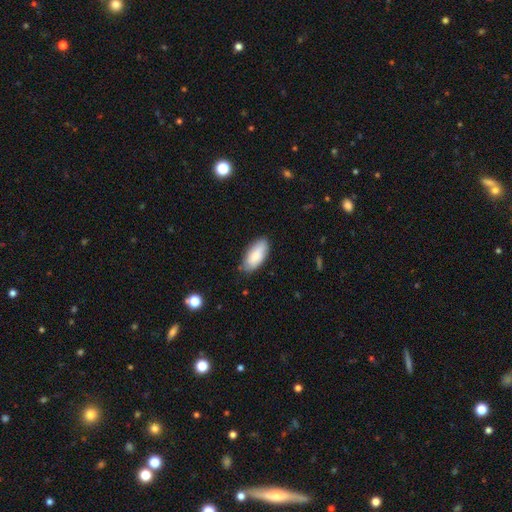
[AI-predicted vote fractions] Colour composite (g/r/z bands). It shows a smooth galaxy with no disk features (83%) that is in between round and cigar-shaped (90%). Merging: none (74%).